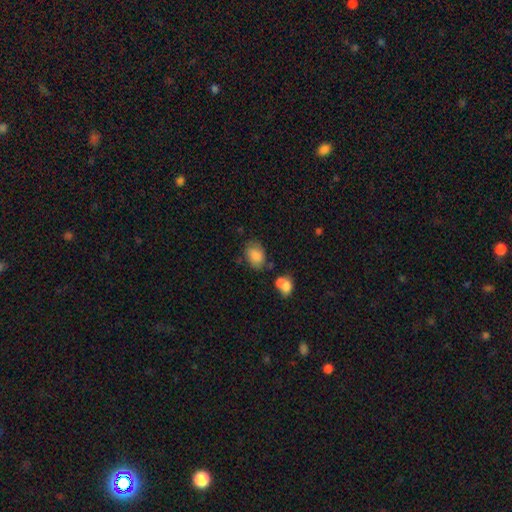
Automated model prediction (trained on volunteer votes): Smooth or featured? smooth (83%)
How rounded? in between (74%)
Merging? none (62%)